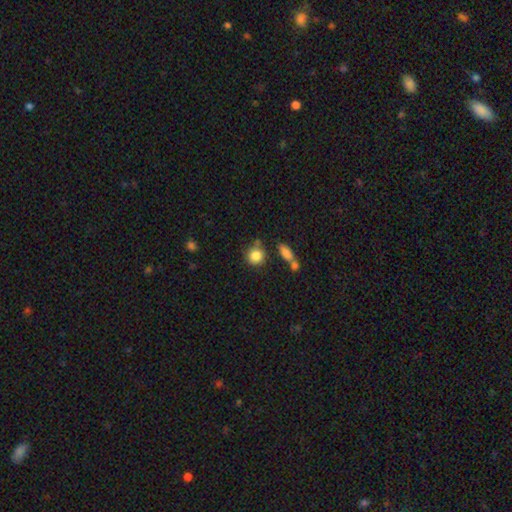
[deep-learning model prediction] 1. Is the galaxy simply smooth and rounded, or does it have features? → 85% smooth, 9% star or artifact, 7% featured or disk.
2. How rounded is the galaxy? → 86% round, 13% in between, 1% cigar-shaped.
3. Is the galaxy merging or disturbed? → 70% none, 14% minor disturbance, 12% merger, 4% major disturbance.